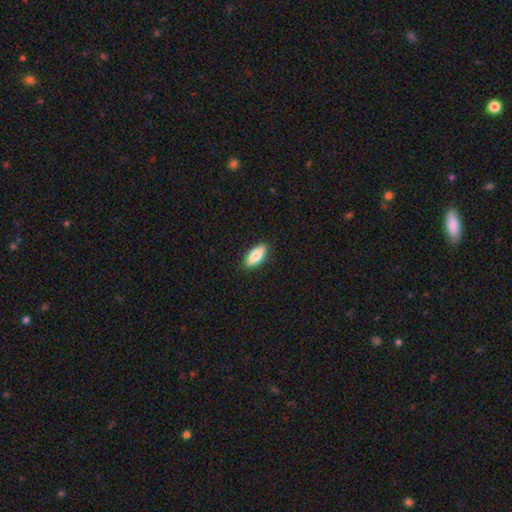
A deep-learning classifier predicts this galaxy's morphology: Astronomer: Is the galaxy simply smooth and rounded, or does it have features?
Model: smooth — 74%.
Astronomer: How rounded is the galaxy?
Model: in between — 72%.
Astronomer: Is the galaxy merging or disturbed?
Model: none — 89%.